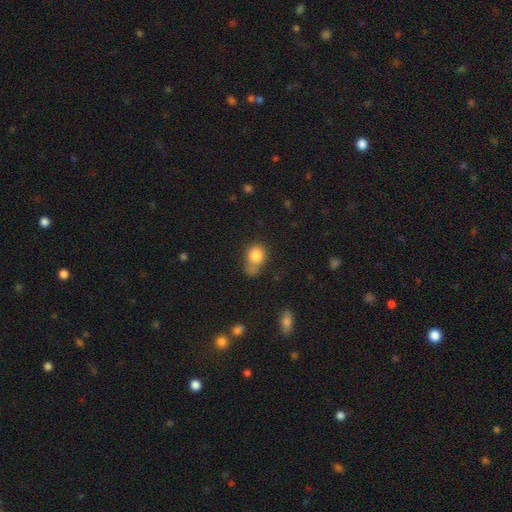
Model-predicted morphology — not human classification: A smooth galaxy with no disk features (82%) that is round (56%). Merging: none (38%).